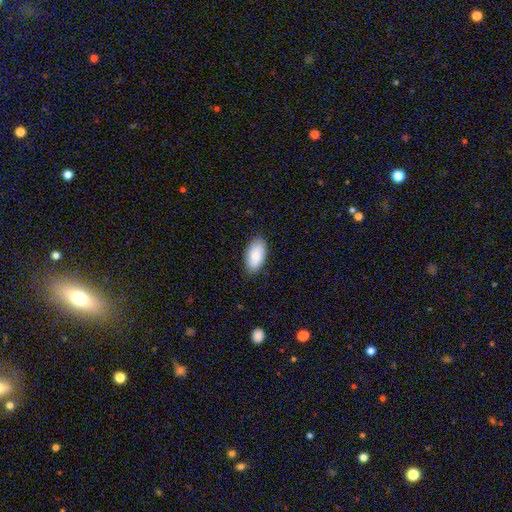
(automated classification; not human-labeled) Q: Smooth or featured?
A: smooth (90%); runner-up: star or artifact (6%)
Q: How rounded?
A: in between (95%); runner-up: cigar-shaped (3%)
Q: Merging?
A: none (87%); runner-up: minor disturbance (10%)